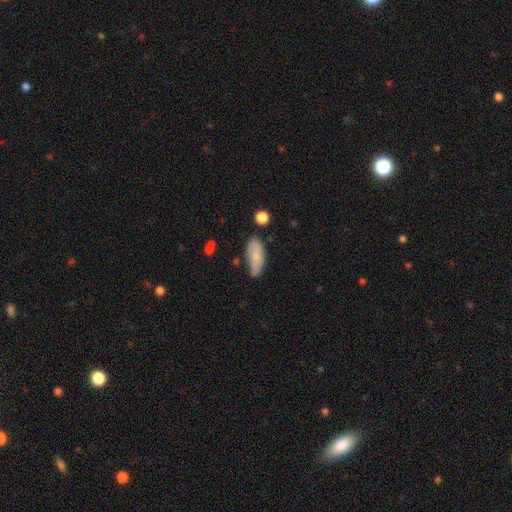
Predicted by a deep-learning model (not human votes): smooth-or-featured: smooth: 75% | featured or disk: 19% | star or artifact: 7%
  how-rounded: in between: 85% | cigar-shaped: 13% | round: 2%
  merging: none: 63% | minor disturbance: 27% | major disturbance: 6% | merger: 4%